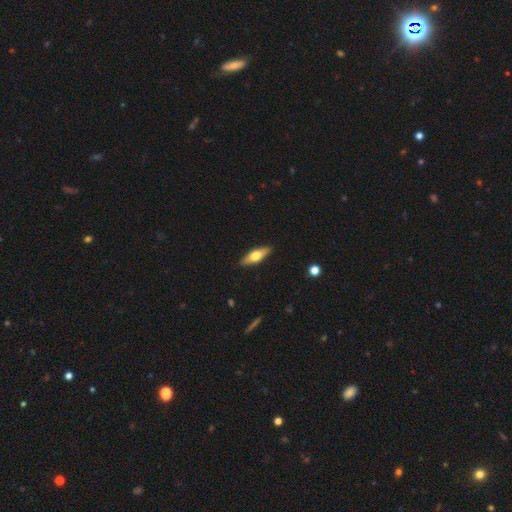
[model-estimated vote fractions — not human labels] Q: Smooth or featured?
A: smooth (55%); runner-up: featured or disk (39%)
Q: How rounded?
A: in between (53%); runner-up: cigar-shaped (44%)
Q: Merging?
A: none (89%); runner-up: minor disturbance (8%)